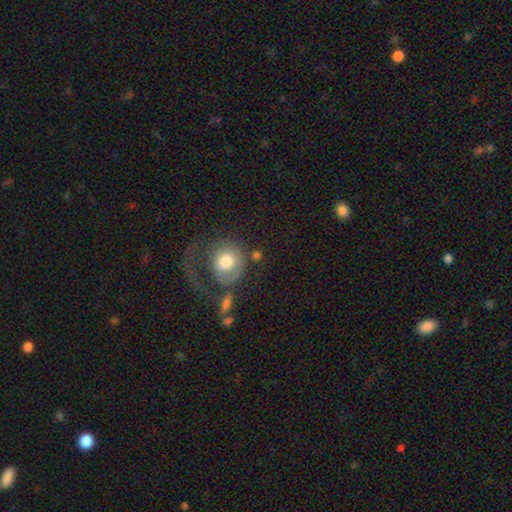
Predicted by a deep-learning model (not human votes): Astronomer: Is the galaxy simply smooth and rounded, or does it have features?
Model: smooth — 57% (runner-up: featured or disk, 34%).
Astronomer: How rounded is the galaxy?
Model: round — 81%.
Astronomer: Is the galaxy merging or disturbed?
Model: major disturbance — 37% (runner-up: none, 35%).